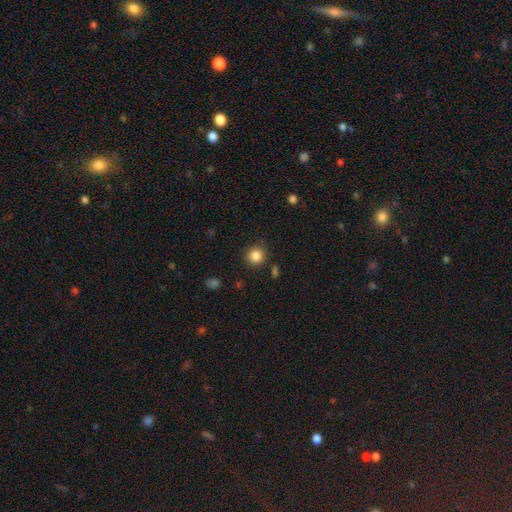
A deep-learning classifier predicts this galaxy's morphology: smooth-or-featured: smooth: 84% | star or artifact: 11% | featured or disk: 5%
  how-rounded: round: 93% | in between: 6% | cigar-shaped: 1%
  merging: none: 88% | minor disturbance: 7% | merger: 2% | major disturbance: 2%